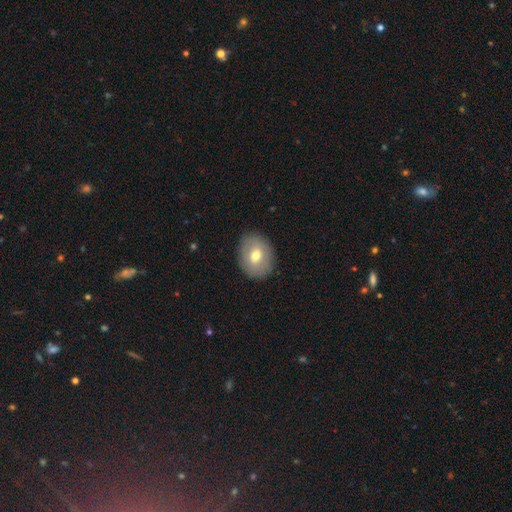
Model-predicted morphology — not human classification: Smooth or featured? Predicted: smooth (p=0.61). How rounded? Predicted: in between (p=0.63). Merging? Predicted: none (p=0.86).